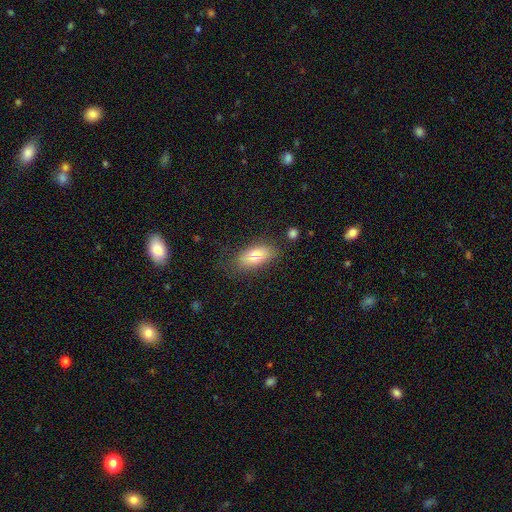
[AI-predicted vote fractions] Morphology: type=smooth (75%); roundness=in between (86%); merging=none (72%).